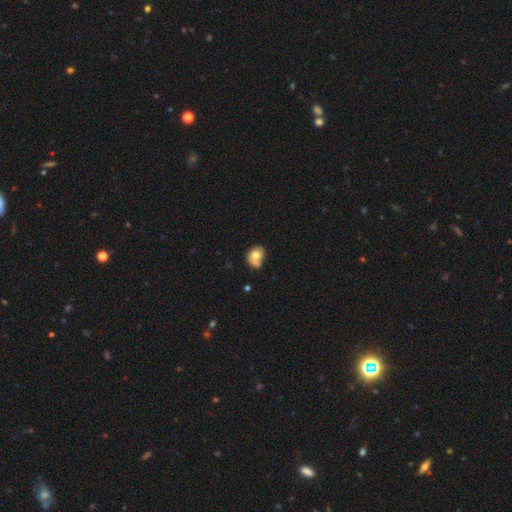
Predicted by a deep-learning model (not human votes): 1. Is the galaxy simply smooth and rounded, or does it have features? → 69% smooth, 22% featured or disk, 9% star or artifact.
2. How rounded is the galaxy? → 52% round, 47% in between, 1% cigar-shaped.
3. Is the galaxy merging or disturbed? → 34% merger, 33% none, 22% minor disturbance, 11% major disturbance.